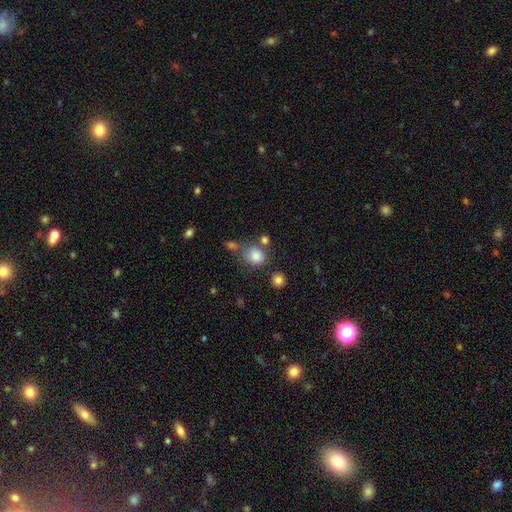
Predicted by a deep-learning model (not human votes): smooth_or_featured: smooth (p=0.81) [alt: star or artifact p=0.11]
how_rounded: round (p=0.68) [alt: in between p=0.31]
merging: none (p=0.58) [alt: merger p=0.18]